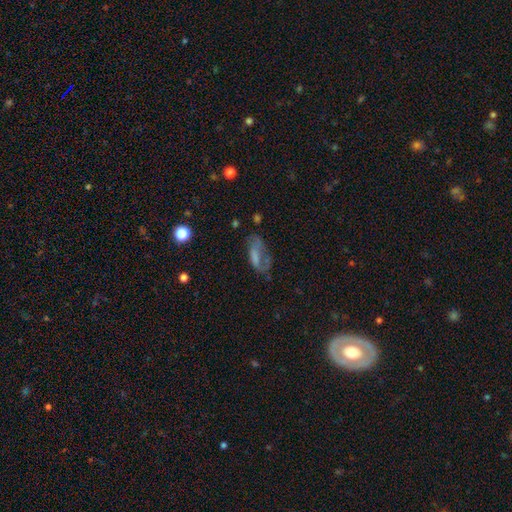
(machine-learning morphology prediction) This is possibly a smooth galaxy (50%). Merging: marginally none (40%).